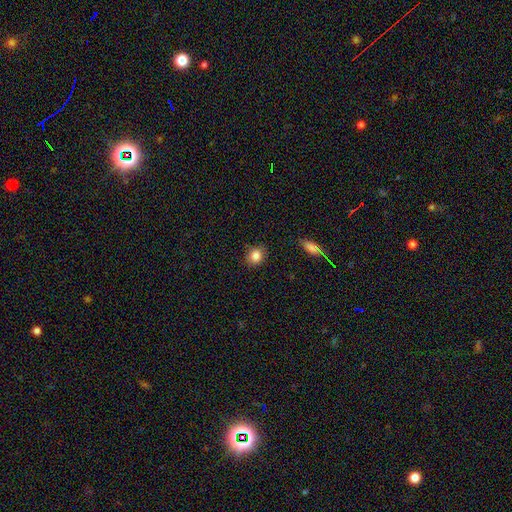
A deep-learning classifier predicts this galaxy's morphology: The model was most divided on "how rounded": round: 70%, in between: 29%, cigar-shaped: 1%. More confident: smooth or featured — smooth (85%); merging — none (84%).